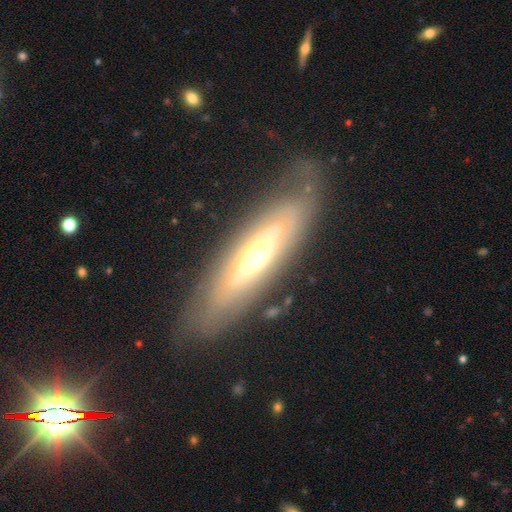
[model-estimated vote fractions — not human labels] Smooth or featured? Predicted: featured or disk (p=0.65). Edge-on disk? Predicted: no (p=0.59). Merging? Predicted: none (p=0.75).